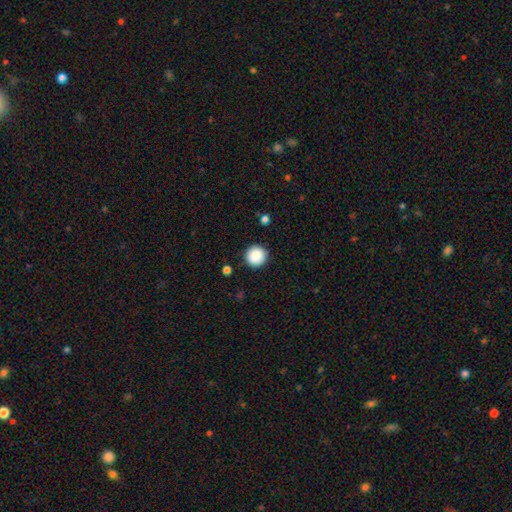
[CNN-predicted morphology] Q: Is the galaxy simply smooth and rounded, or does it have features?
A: smooth — 88%.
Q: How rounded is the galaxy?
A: round — 95%.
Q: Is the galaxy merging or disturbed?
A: none — 90%.